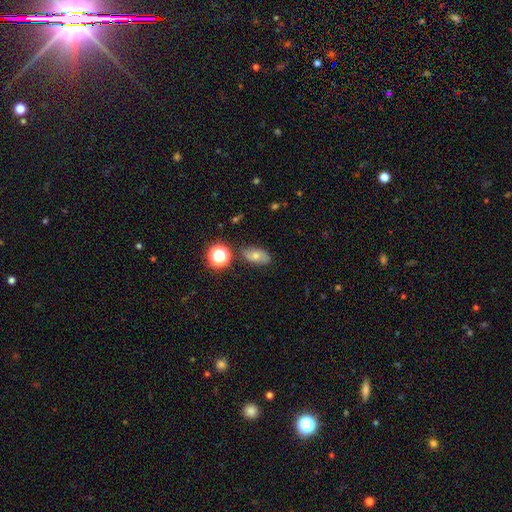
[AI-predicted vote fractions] Q: Smooth or featured?
A: smooth (48%); runner-up: featured or disk (27%)
Q: Merging?
A: none (79%); runner-up: minor disturbance (13%)